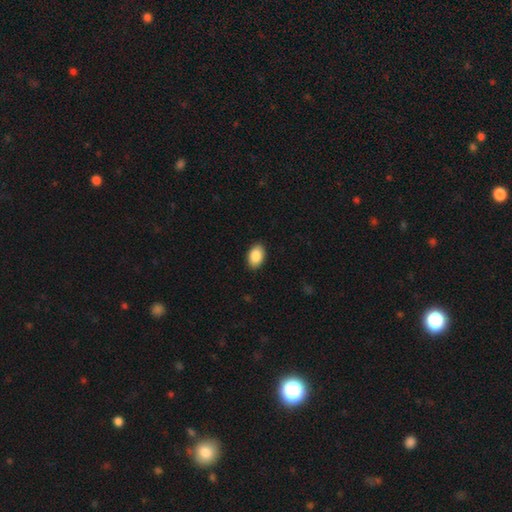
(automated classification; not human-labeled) Smooth or featured: smooth — 89% (star or artifact — 7%)
How rounded: in between — 90% (round — 9%)
Merging: none — 90% (minor disturbance — 8%)